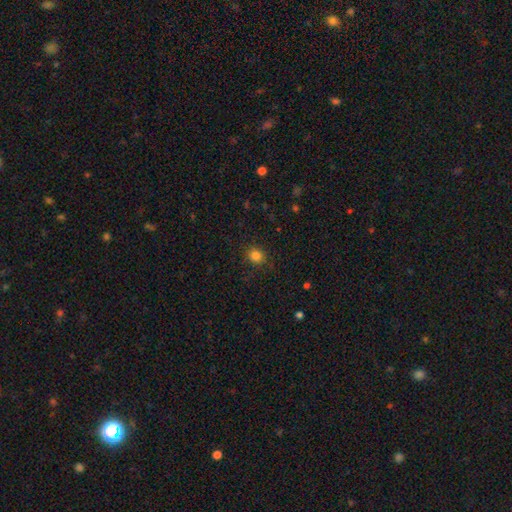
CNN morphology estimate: A smooth galaxy with no disk features (83%) that is round (79%). Merging: none (89%).